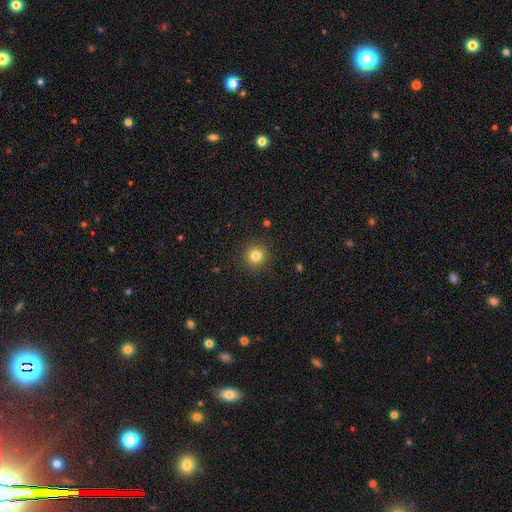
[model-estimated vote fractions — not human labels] The model was most divided on "smooth or featured": smooth: 81%, star or artifact: 13%, featured or disk: 7%. More confident: how rounded — round (94%); merging — none (91%).